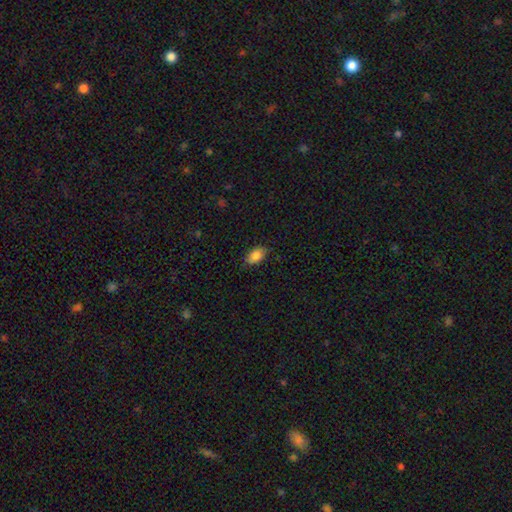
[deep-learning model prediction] Smooth or featured? smooth (85%)
How rounded? in between (90%)
Merging? none (81%)